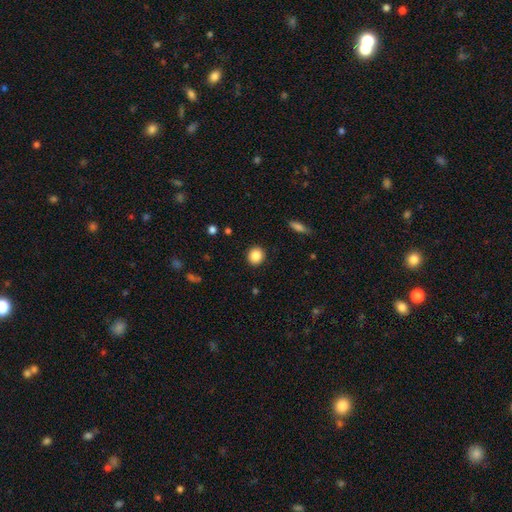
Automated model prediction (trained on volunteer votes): This is clearly a smooth galaxy (87%). How rounded: clearly round (86%). Merging: clearly none (91%).